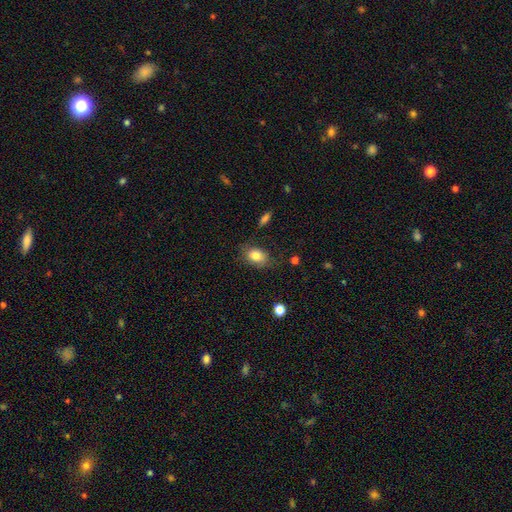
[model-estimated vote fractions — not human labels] Morphology: type=smooth (81%); roundness=in between (70%); merging=none (72%).